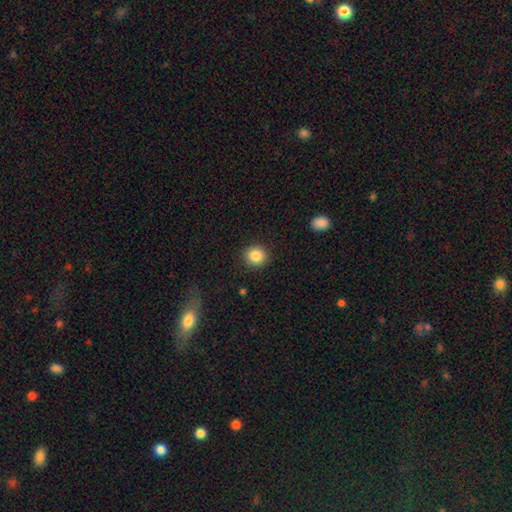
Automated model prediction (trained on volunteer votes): This is clearly a smooth galaxy (86%). How rounded: clearly round (91%). Merging: clearly none (91%).